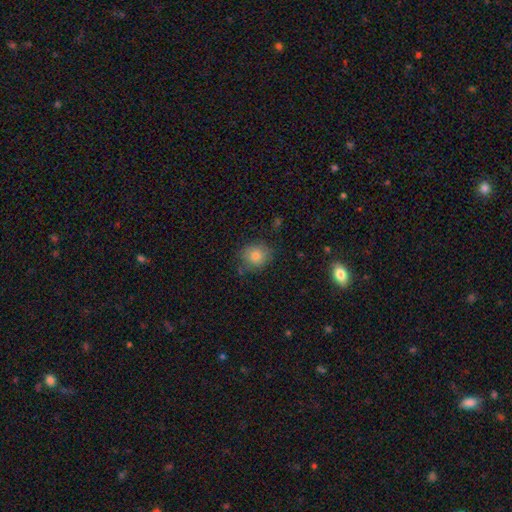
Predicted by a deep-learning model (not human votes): The model was most divided on "how rounded": round: 79%, in between: 20%, cigar-shaped: 1%. More confident: smooth or featured — smooth (82%); merging — none (78%).